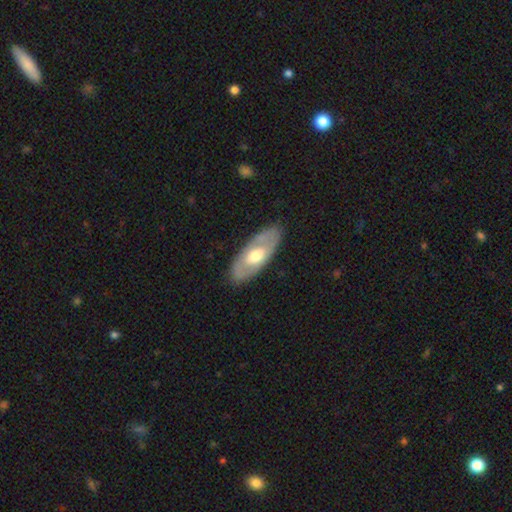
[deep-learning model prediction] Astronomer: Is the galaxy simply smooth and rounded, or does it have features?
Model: featured or disk — 57% (runner-up: smooth, 38%).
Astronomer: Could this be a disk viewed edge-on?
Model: no — 78%.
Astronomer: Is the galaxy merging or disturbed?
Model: none — 87%.